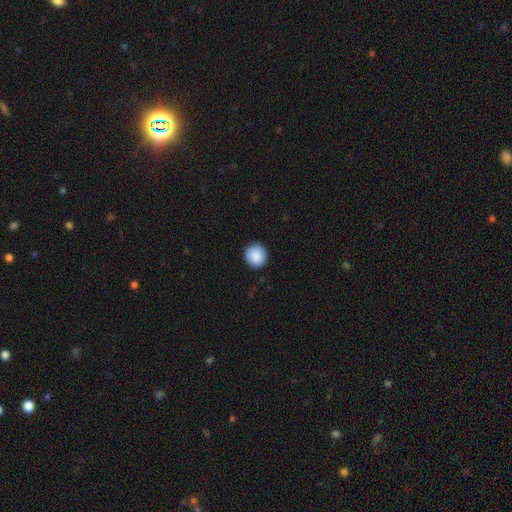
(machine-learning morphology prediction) Smooth or featured? Predicted: smooth (p=0.89). How rounded? Predicted: round (p=0.91). Merging? Predicted: none (p=0.90).